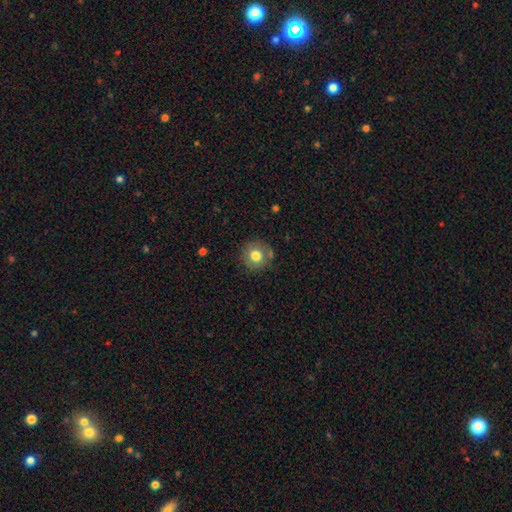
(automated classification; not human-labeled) Smooth or featured?
  - smooth: 78% *
  - featured or disk: 12%
  - star or artifact: 10%
How rounded?
  - round: 92% *
  - in between: 7%
  - cigar-shaped: 1%
Merging?
  - none: 80% *
  - minor disturbance: 13%
  - merger: 4%
  - major disturbance: 3%